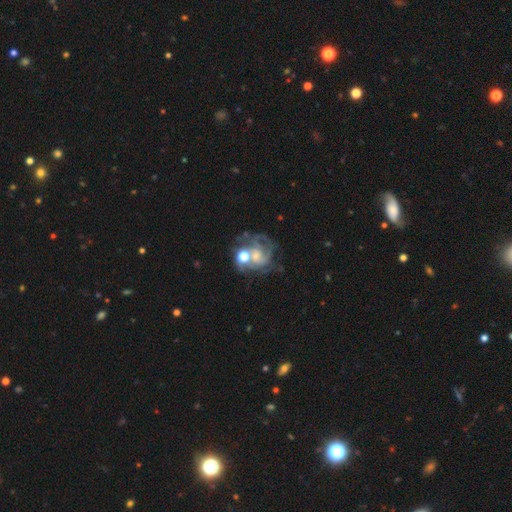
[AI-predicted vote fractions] Overall: featured or disk (70%). Edge-on disk: no (98%). Bar: no (74%). Spiral arms: yes (78%). Spiral arm count: can't tell (38%; 3 21%). Spiral winding: tight (45%; medium 38%). Bulge size: moderate (41%; small 33%). Merging: none (38%; merger 24%).